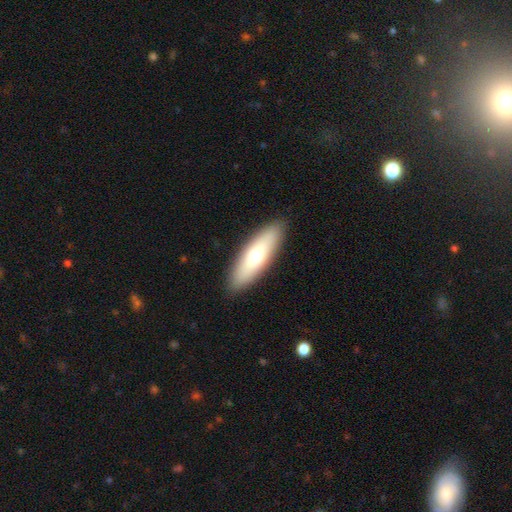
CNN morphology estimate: This is likely a smooth galaxy (65%). How rounded: possibly in between (50%). Merging: clearly none (90%).